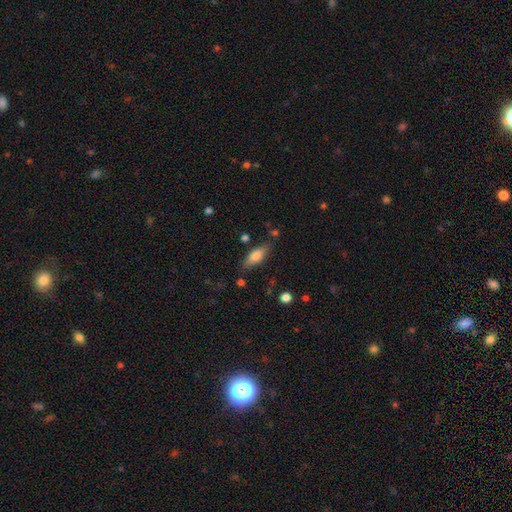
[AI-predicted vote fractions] smooth-or-featured: smooth: 71% | featured or disk: 22% | star or artifact: 7%
  how-rounded: in between: 69% | cigar-shaped: 29% | round: 3%
  merging: none: 77% | minor disturbance: 15% | merger: 4% | major disturbance: 4%